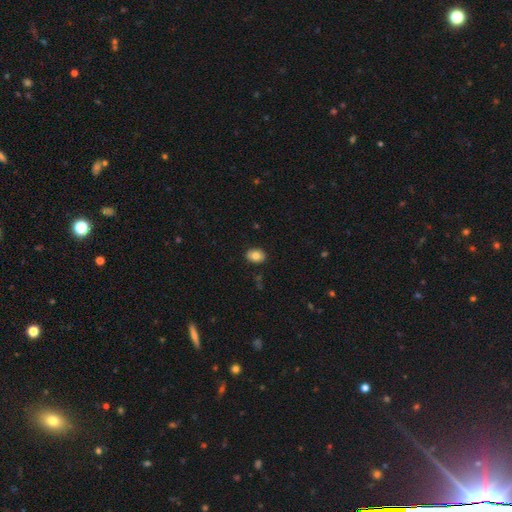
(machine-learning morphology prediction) This appears to be a smooth galaxy with no disk features (80%) that is in between round and cigar-shaped (64%). Merging: none (88%).